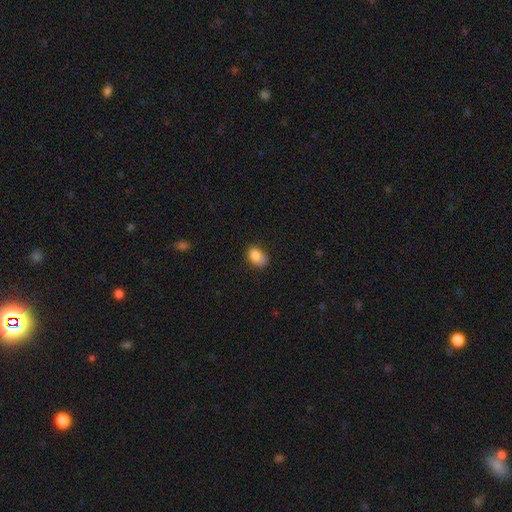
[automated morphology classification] The model was most divided on "merging": none: 57%, minor disturbance: 32%, major disturbance: 8%, merger: 3%. More confident: smooth or featured — smooth (84%); how rounded — in between (76%).